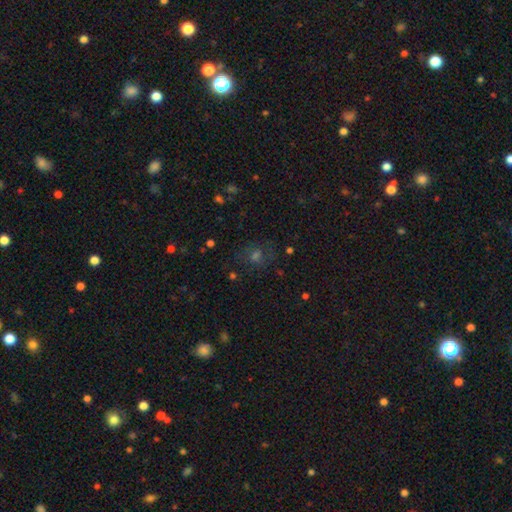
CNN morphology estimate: A smooth galaxy with no disk features (41%). Merging: none (73%).